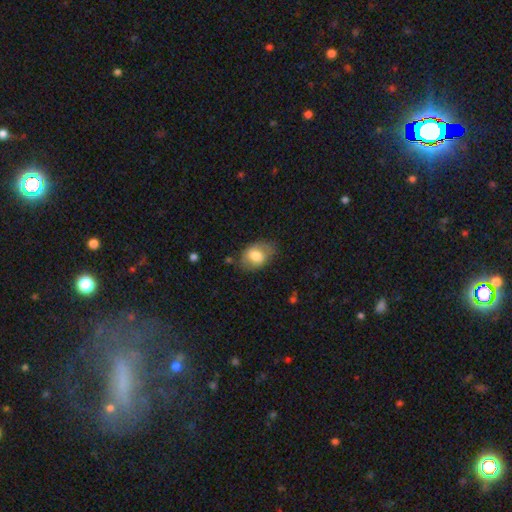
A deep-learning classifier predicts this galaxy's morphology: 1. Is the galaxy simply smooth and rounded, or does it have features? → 75% smooth, 18% featured or disk, 7% star or artifact.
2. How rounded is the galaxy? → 82% in between, 17% round, 1% cigar-shaped.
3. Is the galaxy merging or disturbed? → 70% none, 21% minor disturbance, 7% major disturbance, 2% merger.